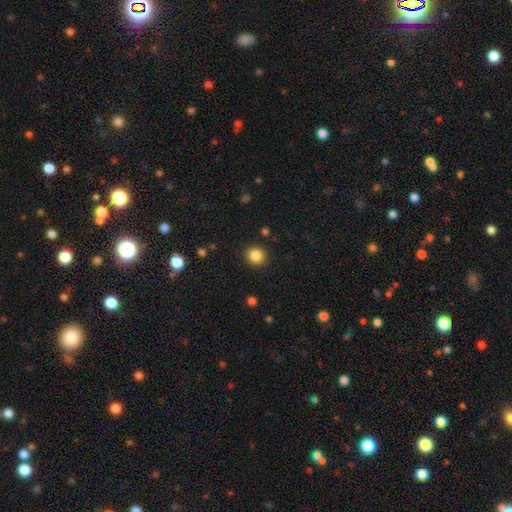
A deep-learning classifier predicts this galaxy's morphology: smooth-or-featured: smooth: 86% | star or artifact: 10% | featured or disk: 4%
  how-rounded: round: 89% | in between: 10% | cigar-shaped: 1%
  merging: none: 91% | minor disturbance: 6% | major disturbance: 2% | merger: 1%